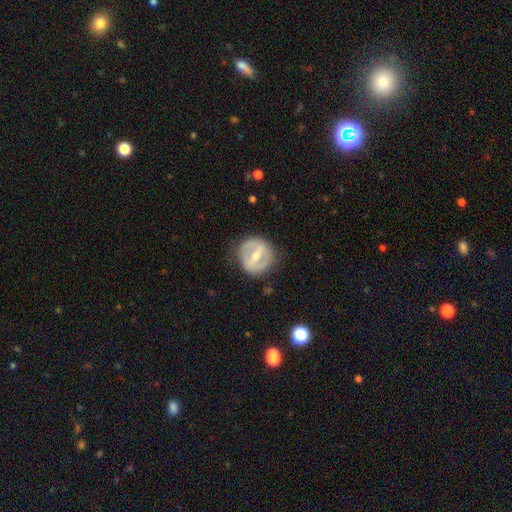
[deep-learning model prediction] Smooth or featured? Predicted: featured or disk (p=0.66). Edge-on disk? Predicted: no (p=0.93). Bar? Predicted: strong (p=0.61). Spiral arms? Predicted: no (p=0.67). Bulge size? Predicted: moderate (p=0.59). Merging? Predicted: none (p=0.81).